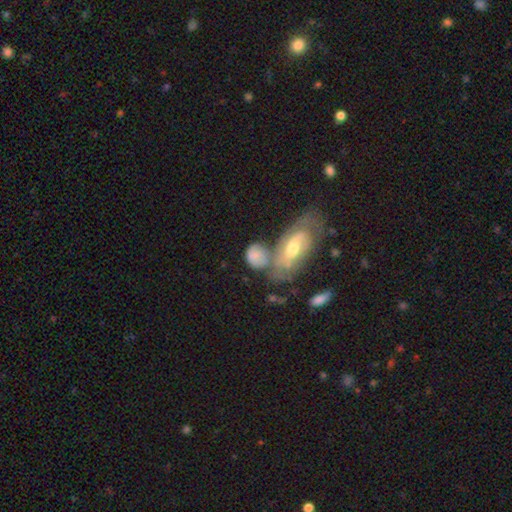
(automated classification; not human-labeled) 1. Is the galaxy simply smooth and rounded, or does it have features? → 57% smooth, 35% featured or disk, 8% star or artifact.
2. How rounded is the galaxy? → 55% in between, 42% round, 3% cigar-shaped.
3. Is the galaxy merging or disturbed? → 38% merger, 32% none, 18% minor disturbance, 13% major disturbance.